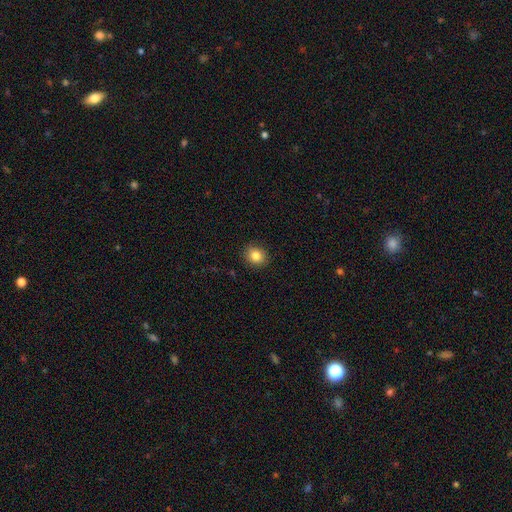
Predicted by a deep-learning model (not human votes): This is clearly a smooth galaxy (83%). How rounded: likely round (73%). Merging: clearly none (91%).